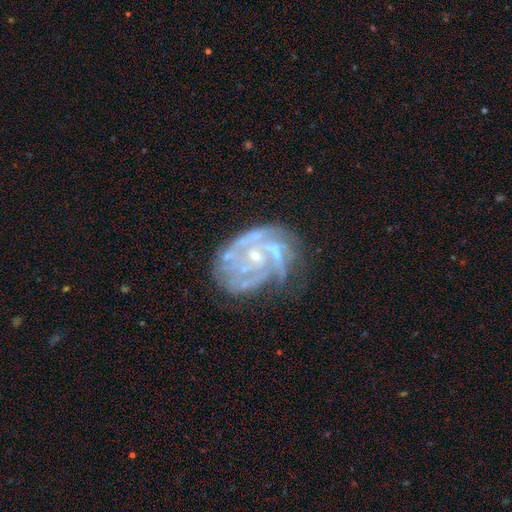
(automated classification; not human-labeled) Smooth or featured?
  - featured or disk: 84% *
  - star or artifact: 8%
  - smooth: 7%
Edge-on disk?
  - no: 98% *
  - yes: 2%
Bar?
  - no: 66% *
  - weak: 27%
  - strong: 7%
Spiral arms?
  - yes: 88% *
  - no: 12%
Spiral winding?
  - tight: 53% *
  - medium: 36%
  - loose: 12%
Spiral arm count?
  - can't tell: 31% *
  - 3: 24%
  - 2: 18%
  - 4: 12%
  - more than 4: 7%
  - 1: 7%
Bulge size?
  - small: 68% *
  - moderate: 22%
  - none: 7%
  - large: 1%
  - dominant: 1%
Merging?
  - none: 46% *
  - minor disturbance: 24%
  - major disturbance: 23%
  - merger: 7%